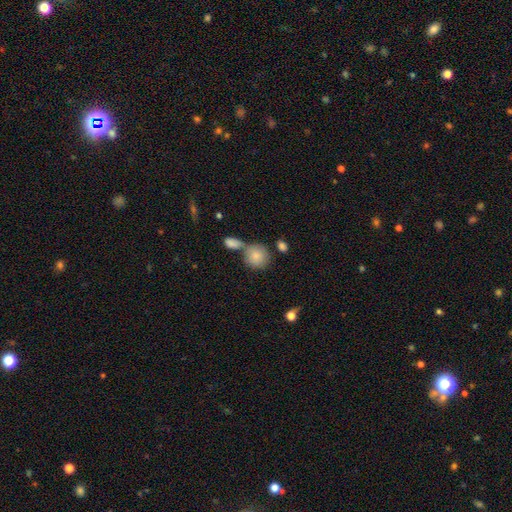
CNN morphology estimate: smooth_or_featured: smooth (p=0.82) [alt: featured or disk p=0.10]
how_rounded: round (p=0.83) [alt: in between p=0.16]
merging: none (p=0.47) [alt: merger p=0.35]